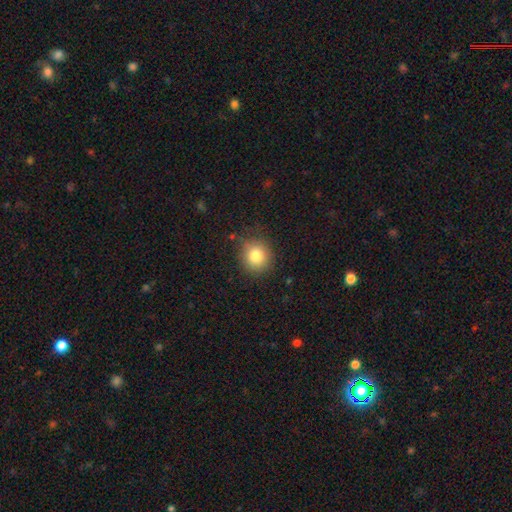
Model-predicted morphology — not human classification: smooth 82%, star or artifact 10%, featured or disk 7%. Down the decision tree: how rounded — round (87%); merging — none (82%).